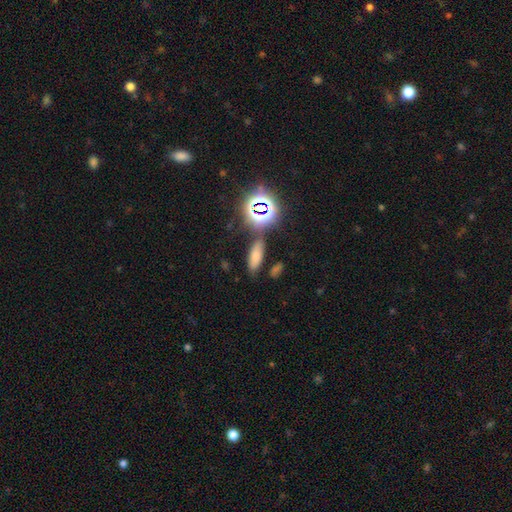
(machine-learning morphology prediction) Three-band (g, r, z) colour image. It shows a smooth galaxy with no disk features (62%) that is in between round and cigar-shaped (67%). Merging: none (75%).